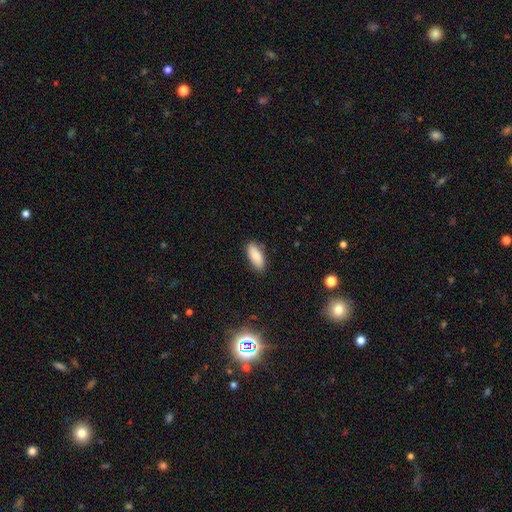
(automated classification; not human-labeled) Smooth or featured?
  - smooth: 85% *
  - featured or disk: 8%
  - star or artifact: 7%
How rounded?
  - in between: 84% *
  - cigar-shaped: 14%
  - round: 2%
Merging?
  - none: 83% *
  - minor disturbance: 13%
  - major disturbance: 2%
  - merger: 2%